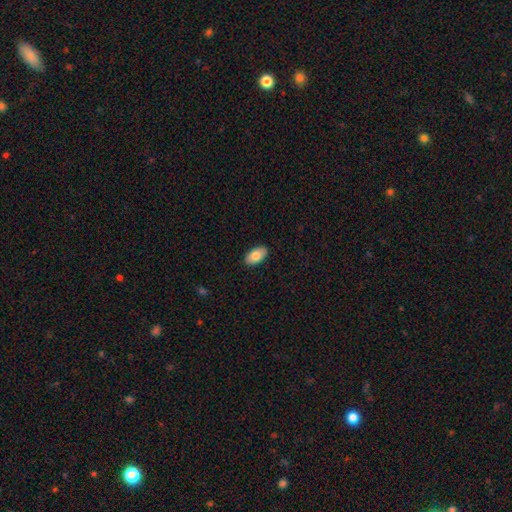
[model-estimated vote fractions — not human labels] This is clearly a smooth galaxy (81%). How rounded: clearly in between (95%). Merging: clearly none (89%).